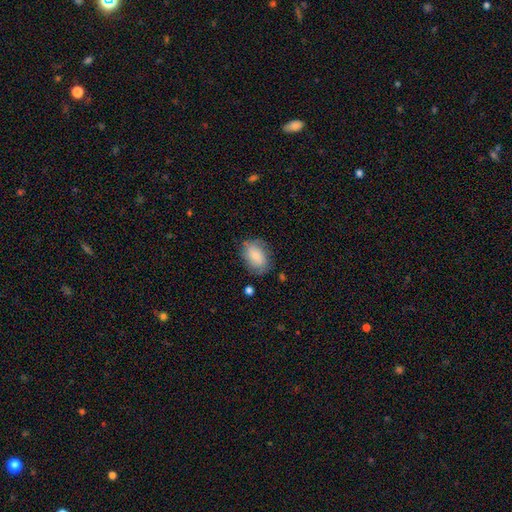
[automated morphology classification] smooth 69%, featured or disk 23%, star or artifact 8%. Down the decision tree: how rounded — in between (79%); merging — none (66%).